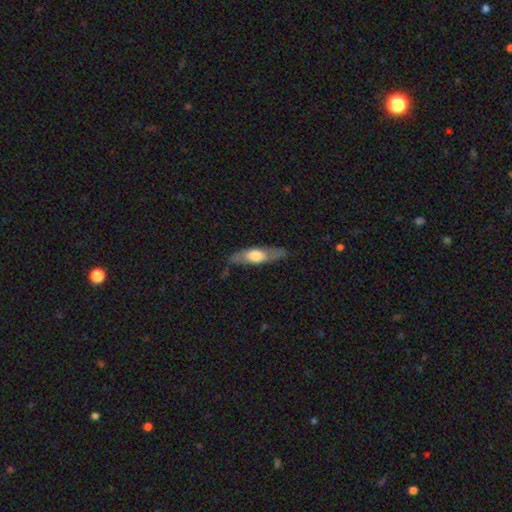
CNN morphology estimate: smooth-or-featured: featured or disk: 48% | smooth: 46% | star or artifact: 5%
  merging: none: 75% | minor disturbance: 18% | major disturbance: 6% | merger: 2%